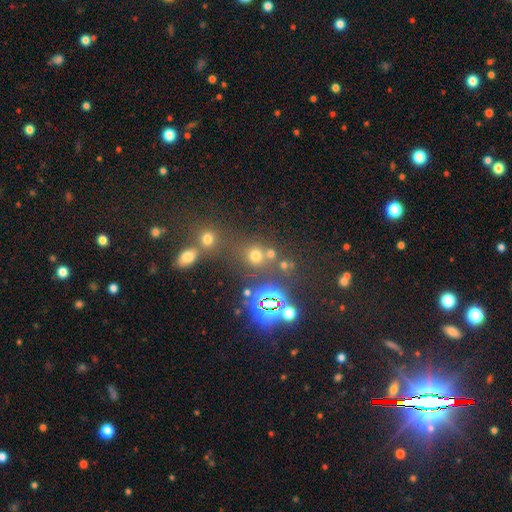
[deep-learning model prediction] Morphology: type=smooth (60%); roundness=round (84%); merging=none (64%).